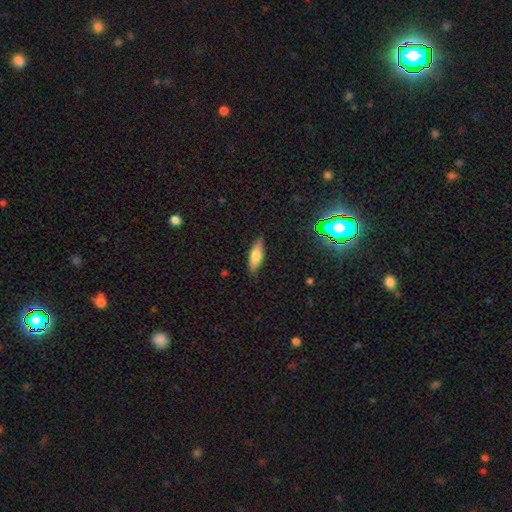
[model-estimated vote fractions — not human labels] Smooth or featured? Predicted: smooth (p=0.71). How rounded? Predicted: in between (p=0.61). Merging? Predicted: none (p=0.86).